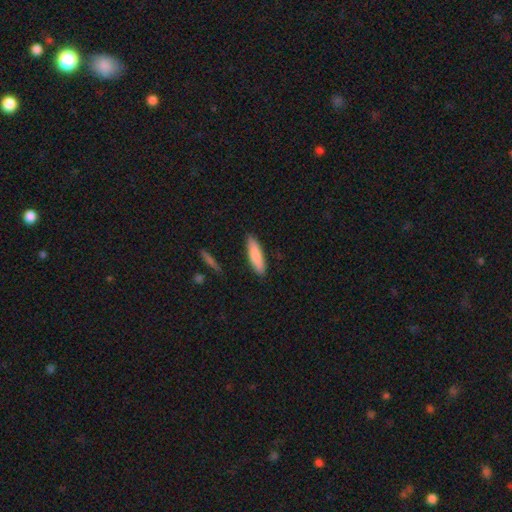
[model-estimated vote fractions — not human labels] Smooth or featured: smooth — 83% (featured or disk — 11%)
How rounded: cigar-shaped — 62% (in between — 37%)
Merging: none — 86% (minor disturbance — 10%)